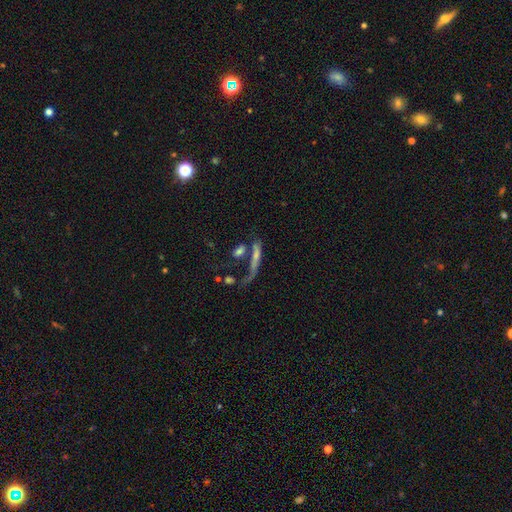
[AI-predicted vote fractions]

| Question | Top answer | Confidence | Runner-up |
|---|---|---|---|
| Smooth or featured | smooth | 50% | featured or disk (40%) |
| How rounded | cigar-shaped | 76% | in between (19%) |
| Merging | none | 36% | merger (32%) |